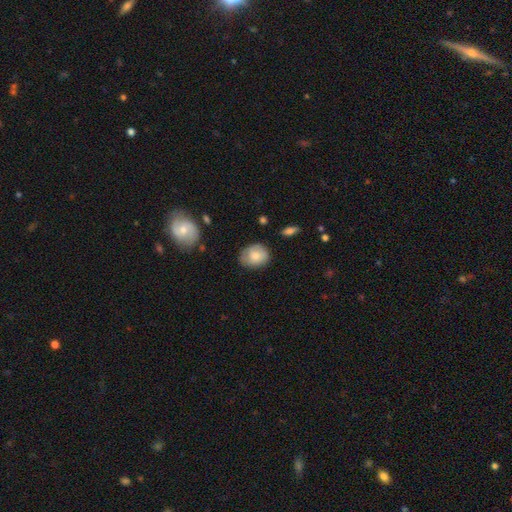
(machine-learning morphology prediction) This appears to be a smooth galaxy with no disk features (79%) that is round (51%). Merging: none (71%).